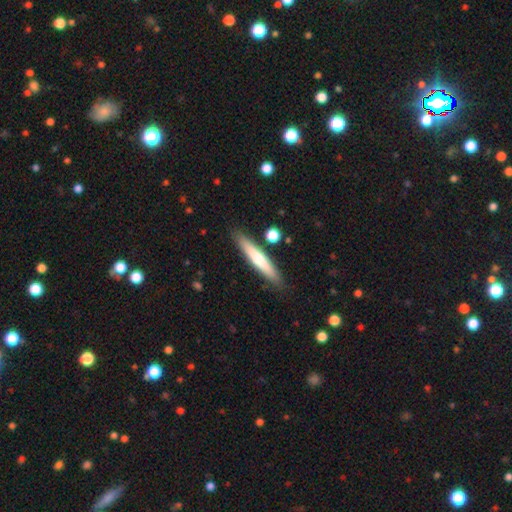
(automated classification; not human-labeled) Q: Smooth or featured?
A: smooth (58%); runner-up: featured or disk (36%)
Q: How rounded?
A: cigar-shaped (91%); runner-up: in between (8%)
Q: Merging?
A: none (88%); runner-up: minor disturbance (8%)